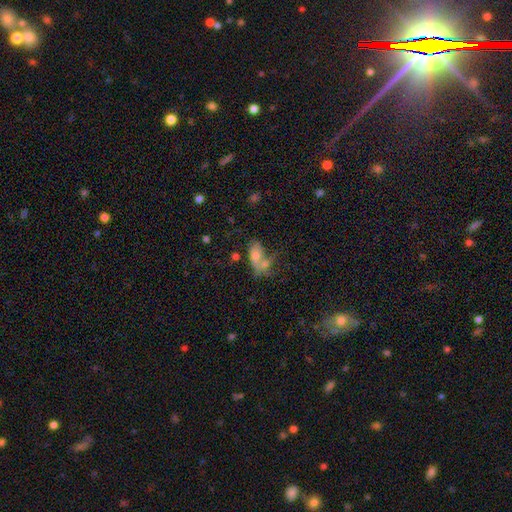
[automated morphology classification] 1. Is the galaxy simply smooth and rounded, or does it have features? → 62% smooth, 27% featured or disk, 11% star or artifact.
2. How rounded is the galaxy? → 82% in between, 12% cigar-shaped, 6% round.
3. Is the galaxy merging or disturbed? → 42% merger, 30% none, 15% minor disturbance, 13% major disturbance.